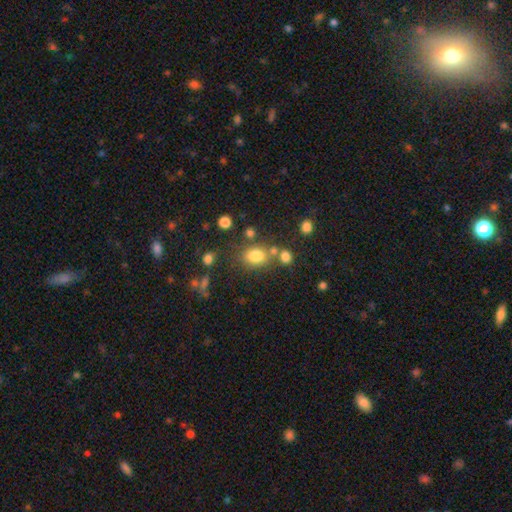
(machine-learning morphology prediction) Smooth or featured? smooth (79%)
How rounded? in between (59%)
Merging? none (66%)